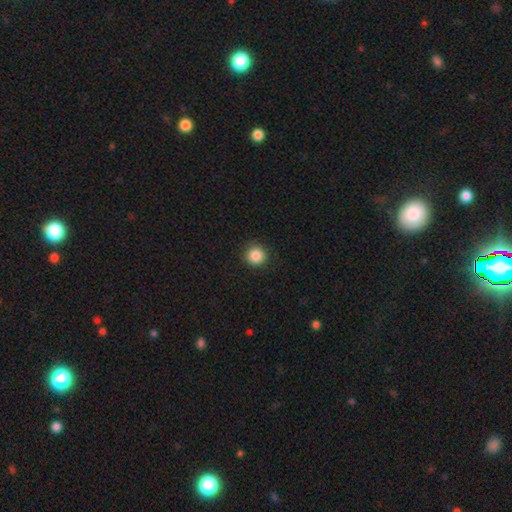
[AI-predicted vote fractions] A smooth galaxy with no disk features (87%) that is round (94%). Merging: none (91%).